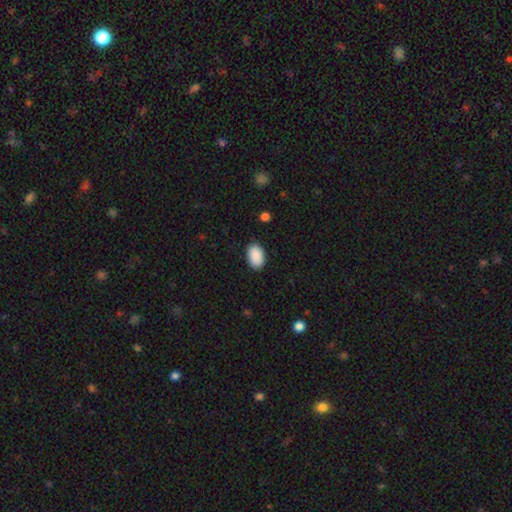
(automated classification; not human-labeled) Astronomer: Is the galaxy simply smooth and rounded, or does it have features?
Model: smooth — 91%.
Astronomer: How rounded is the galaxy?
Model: in between — 91%.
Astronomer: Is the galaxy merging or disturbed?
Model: none — 88%.